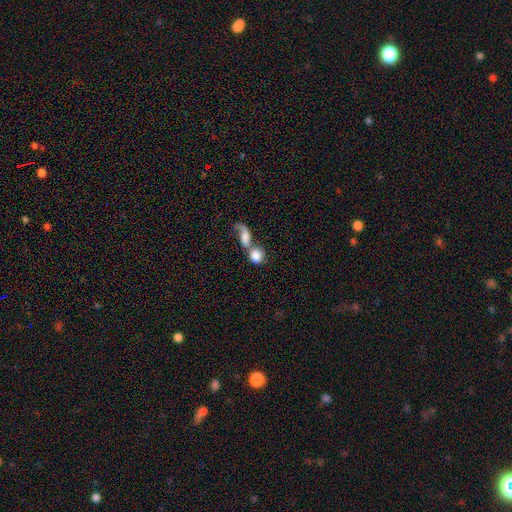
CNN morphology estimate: smooth-or-featured: smooth: 77% | featured or disk: 15% | star or artifact: 8%
  how-rounded: round: 70% | in between: 27% | cigar-shaped: 4%
  merging: merger: 66% | none: 21% | major disturbance: 7% | minor disturbance: 6%